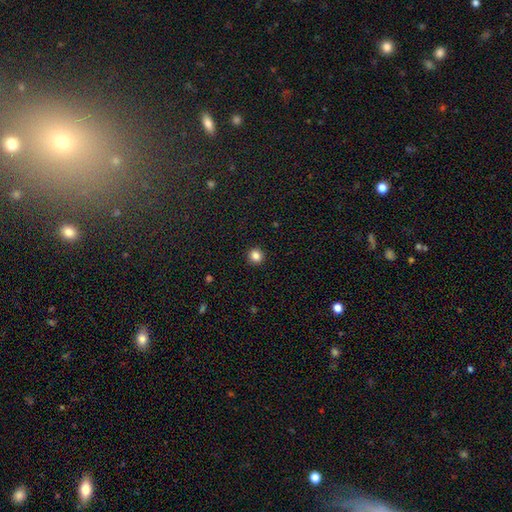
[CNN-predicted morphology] Q: Smooth or featured?
A: smooth (84%); runner-up: star or artifact (12%)
Q: How rounded?
A: round (94%); runner-up: in between (5%)
Q: Merging?
A: none (93%); runner-up: minor disturbance (5%)